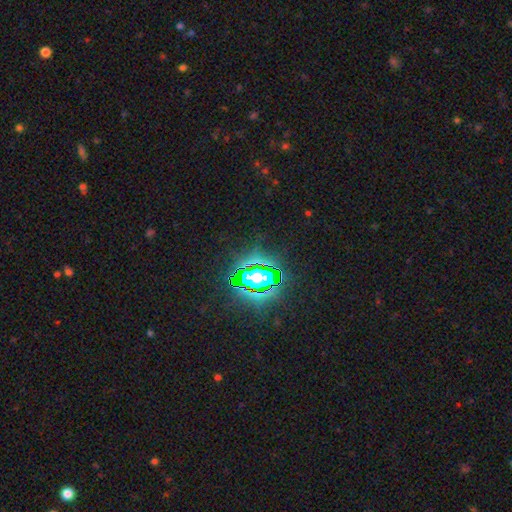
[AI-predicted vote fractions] Morphology: type=star or artifact (81%).